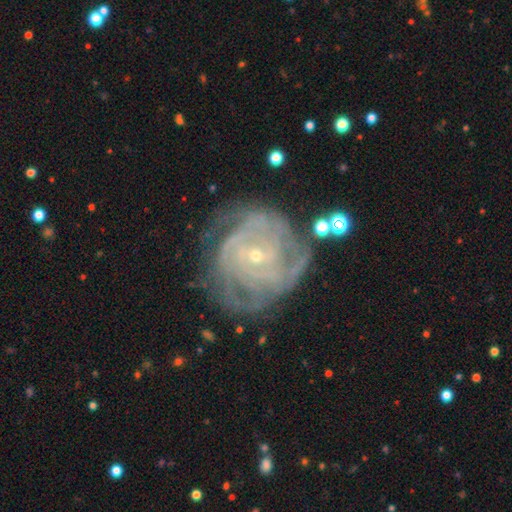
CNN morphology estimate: Smooth or featured? featured or disk (86%)
Edge-on disk? no (97%)
Bar? no (59%)
Spiral arms? yes (94%)
Spiral winding? tight (72%)
Spiral arm count? can't tell (33%)
Bulge size? small (81%)
Merging? none (64%)